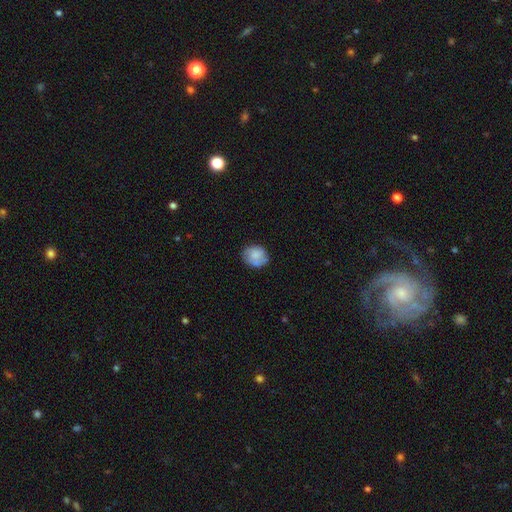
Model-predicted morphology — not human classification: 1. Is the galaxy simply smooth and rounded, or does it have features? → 73% smooth, 19% featured or disk, 8% star or artifact.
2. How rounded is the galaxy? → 61% round, 38% in between, 1% cigar-shaped.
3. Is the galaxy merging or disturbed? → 65% none, 24% minor disturbance, 7% major disturbance, 5% merger.